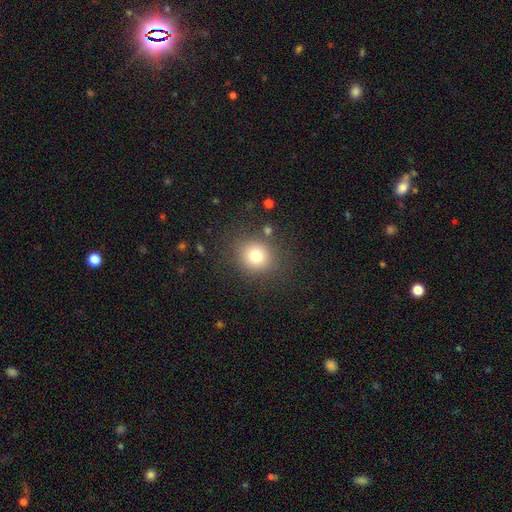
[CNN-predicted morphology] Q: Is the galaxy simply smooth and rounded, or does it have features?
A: smooth — 76%.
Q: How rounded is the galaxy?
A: round — 83%.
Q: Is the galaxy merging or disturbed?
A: none — 82%.